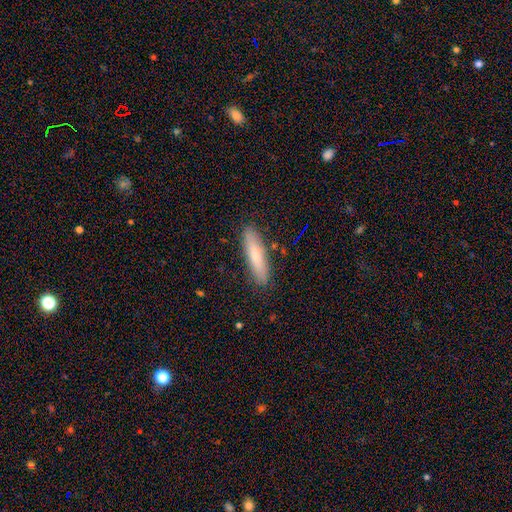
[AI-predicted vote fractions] Smooth or featured? Predicted: smooth (p=0.74). How rounded? Predicted: cigar-shaped (p=0.82). Merging? Predicted: none (p=0.87).